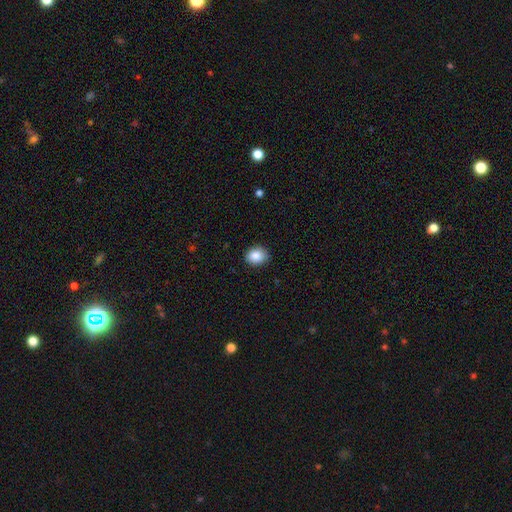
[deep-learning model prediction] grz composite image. It shows a smooth galaxy with no disk features (86%) that is round (62%). Merging: none (88%).